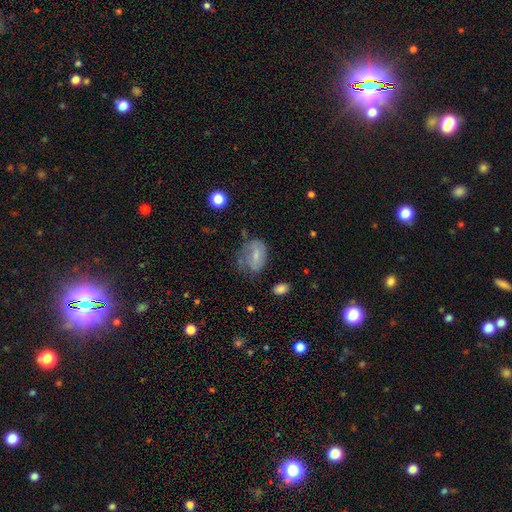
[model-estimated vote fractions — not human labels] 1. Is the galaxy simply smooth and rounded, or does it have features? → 52% smooth, 39% featured or disk, 9% star or artifact.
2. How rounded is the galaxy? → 77% in between, 22% round, 2% cigar-shaped.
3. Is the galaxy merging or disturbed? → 39% none, 32% minor disturbance, 25% major disturbance, 4% merger.